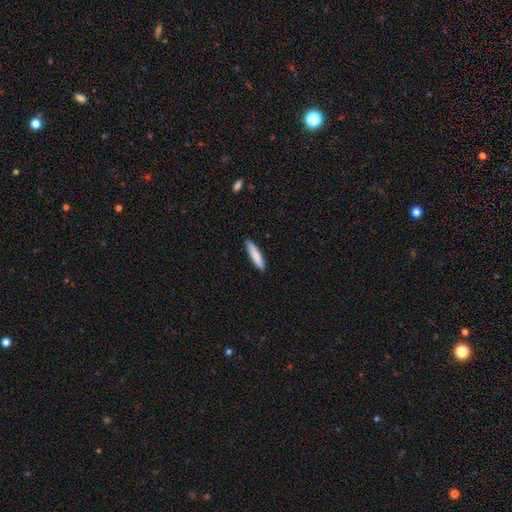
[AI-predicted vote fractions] Smooth or featured? Predicted: smooth (p=0.85). How rounded? Predicted: cigar-shaped (p=0.84). Merging? Predicted: none (p=0.90).